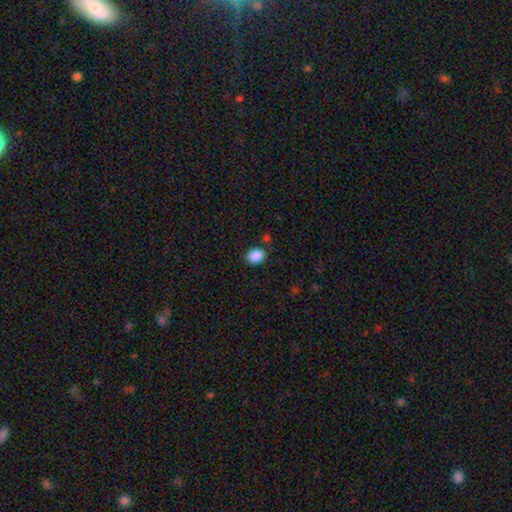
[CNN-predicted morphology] Smooth or featured?
  - smooth: 88% *
  - star or artifact: 8%
  - featured or disk: 3%
How rounded?
  - in between: 59% *
  - round: 40%
  - cigar-shaped: 1%
Merging?
  - none: 80% *
  - minor disturbance: 13%
  - merger: 4%
  - major disturbance: 4%